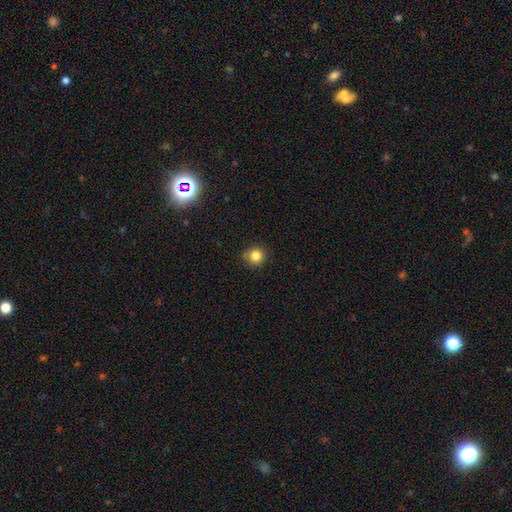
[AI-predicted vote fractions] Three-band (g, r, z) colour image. It shows a smooth galaxy with no disk features (83%) that is round (92%). Merging: none (85%).